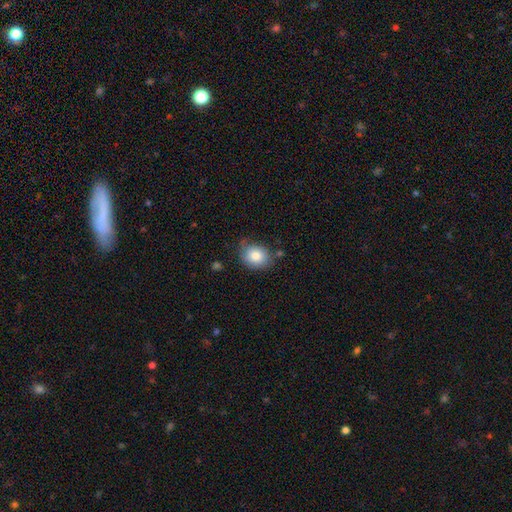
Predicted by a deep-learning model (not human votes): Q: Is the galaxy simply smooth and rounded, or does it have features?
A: smooth — 80%.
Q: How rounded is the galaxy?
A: round — 62%.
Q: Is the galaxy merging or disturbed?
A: none — 67%.